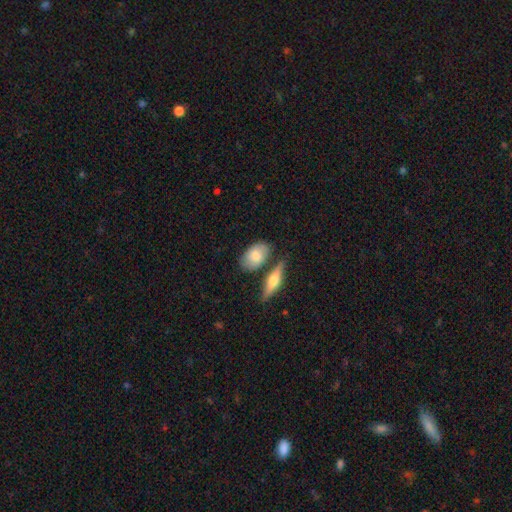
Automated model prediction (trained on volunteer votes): Smooth or featured: smooth — 72% (featured or disk — 21%)
How rounded: in between — 89% (round — 7%)
Merging: none — 65% (minor disturbance — 18%)